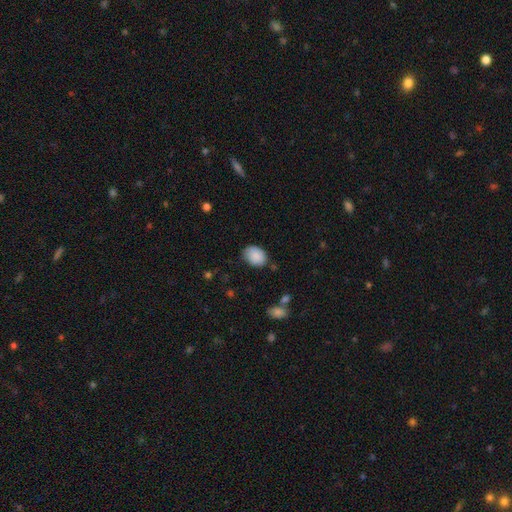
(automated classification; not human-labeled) smooth-or-featured: smooth: 89% | star or artifact: 7% | featured or disk: 4%
  how-rounded: in between: 69% | round: 31% | cigar-shaped: 1%
  merging: none: 75% | minor disturbance: 19% | major disturbance: 4% | merger: 2%